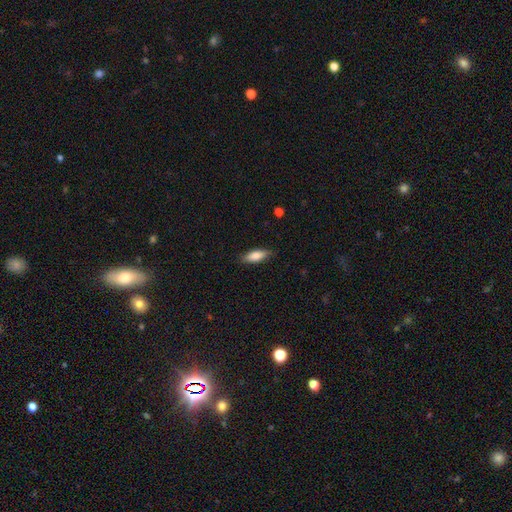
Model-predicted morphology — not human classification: A smooth galaxy with no disk features (81%) that is in between round and cigar-shaped (65%).

Vote fractions:
- Smooth or featured? smooth: 81% / featured or disk: 13% / star or artifact: 6%
- How rounded? in between: 65% / cigar-shaped: 33% / round: 2%
- Merging? none: 83% / minor disturbance: 13% / major disturbance: 2% / merger: 1%